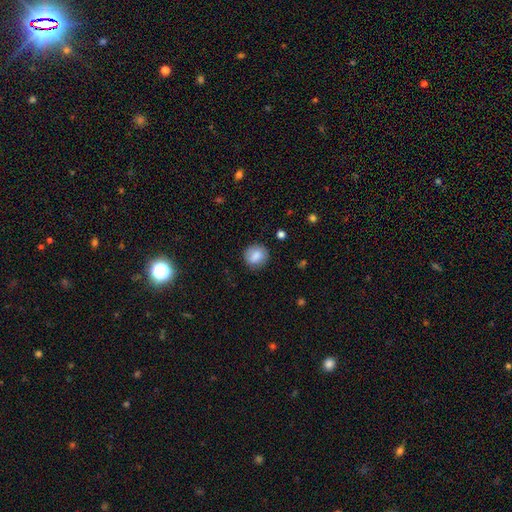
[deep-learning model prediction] This appears to be a smooth galaxy with no disk features (82%) that is round (82%). Merging: none (83%).